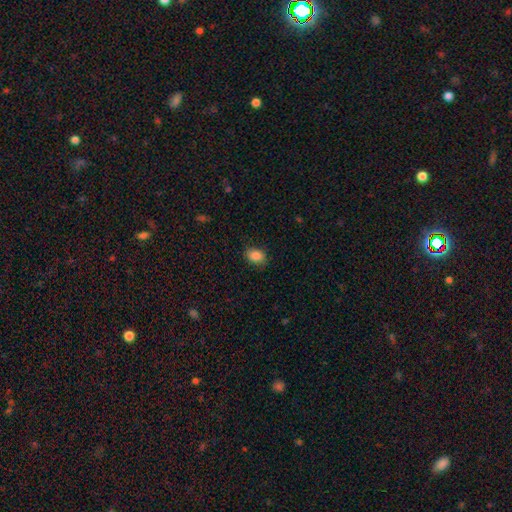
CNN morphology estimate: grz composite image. It shows a smooth galaxy with no disk features (87%) that is in between round and cigar-shaped (70%). Merging: none (83%).